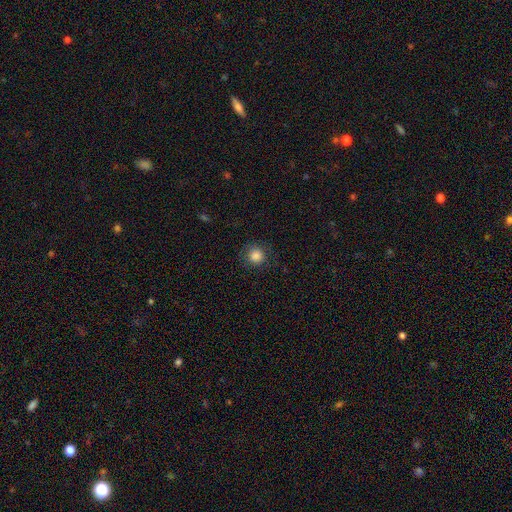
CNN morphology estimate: Smooth or featured?
  - smooth: 84% *
  - star or artifact: 10%
  - featured or disk: 6%
How rounded?
  - round: 92% *
  - in between: 7%
  - cigar-shaped: 1%
Merging?
  - none: 83% *
  - minor disturbance: 11%
  - major disturbance: 5%
  - merger: 1%